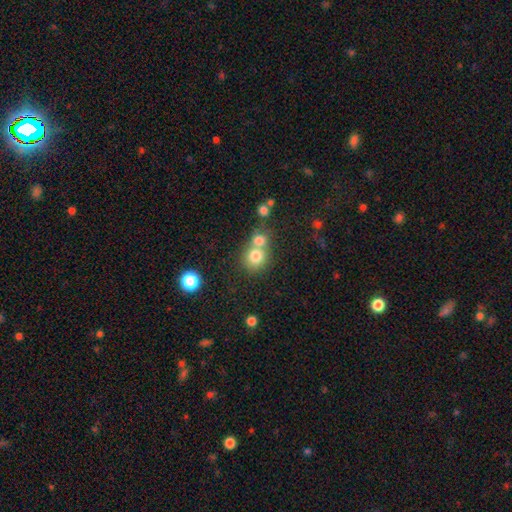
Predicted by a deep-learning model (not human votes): This appears to be a smooth galaxy with no disk features (77%) that is round (82%). Merging: merger (51%).